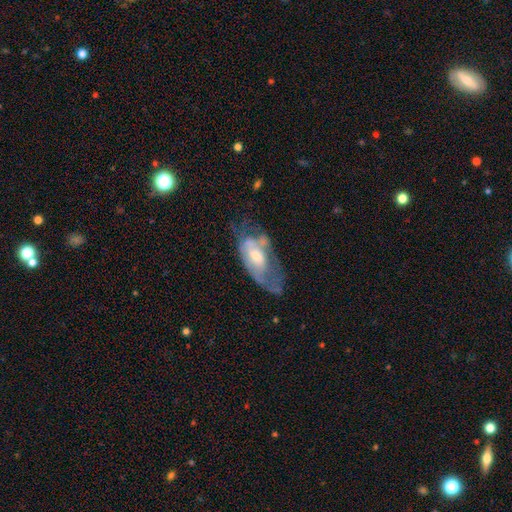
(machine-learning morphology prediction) smooth-or-featured: featured or disk: 62% | smooth: 30% | star or artifact: 7%
  disk-edge-on: no: 92% | yes: 8%
    bar: no: 64% | weak: 29% | strong: 7%
    has-spiral-arms: yes: 52% | no: 48%
    bulge-size: moderate: 49% | small: 38% | large: 8% | none: 4% | dominant: 1%
  merging: major disturbance: 37% | none: 29% | minor disturbance: 26% | merger: 8%